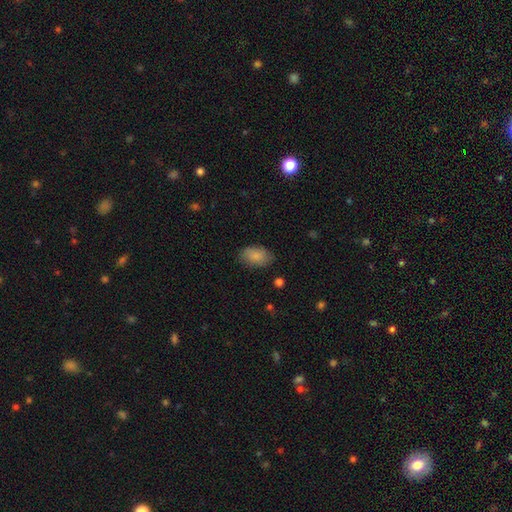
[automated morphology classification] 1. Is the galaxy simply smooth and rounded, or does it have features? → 86% smooth, 8% featured or disk, 7% star or artifact.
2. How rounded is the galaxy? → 90% in between, 8% round, 1% cigar-shaped.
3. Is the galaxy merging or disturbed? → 80% none, 15% minor disturbance, 4% major disturbance, 1% merger.